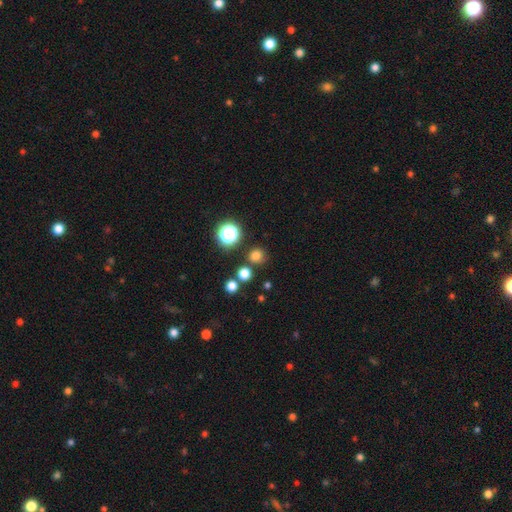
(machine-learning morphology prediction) This appears to be a smooth galaxy with no disk features (74%) that is round (91%). Merging: none (81%).